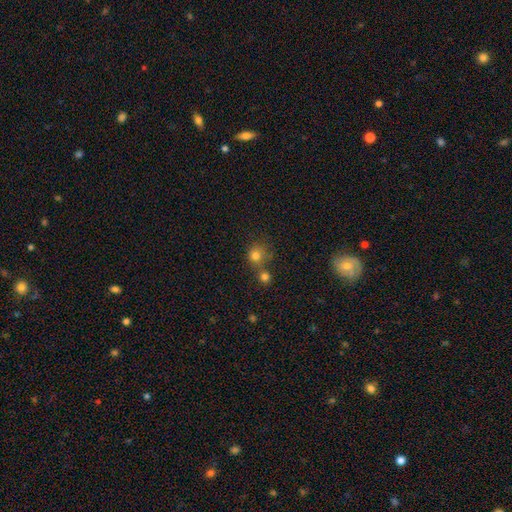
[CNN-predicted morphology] This is likely a smooth galaxy (77%). How rounded: clearly round (85%). Merging: possibly none (51%).